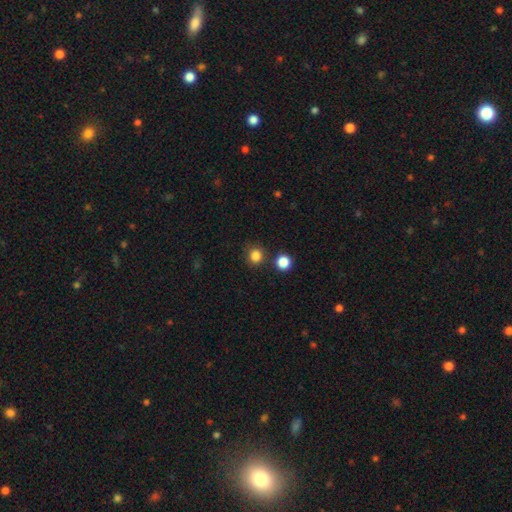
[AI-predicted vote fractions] This is clearly a smooth galaxy (83%). How rounded: clearly round (90%). Merging: clearly none (81%).